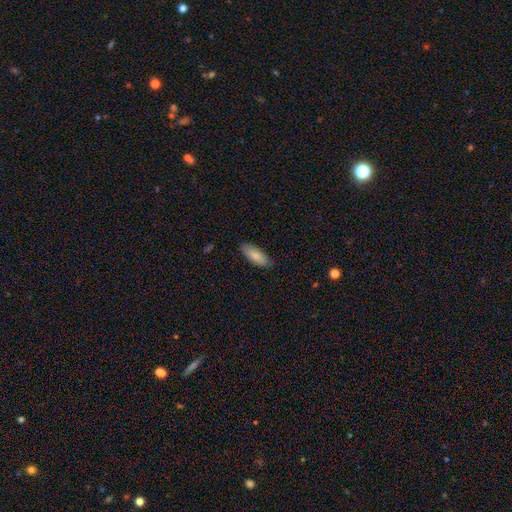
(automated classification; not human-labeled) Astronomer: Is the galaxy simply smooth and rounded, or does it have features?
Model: smooth — 80%.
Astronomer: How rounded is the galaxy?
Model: in between — 76%.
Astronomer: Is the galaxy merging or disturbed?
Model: none — 84%.